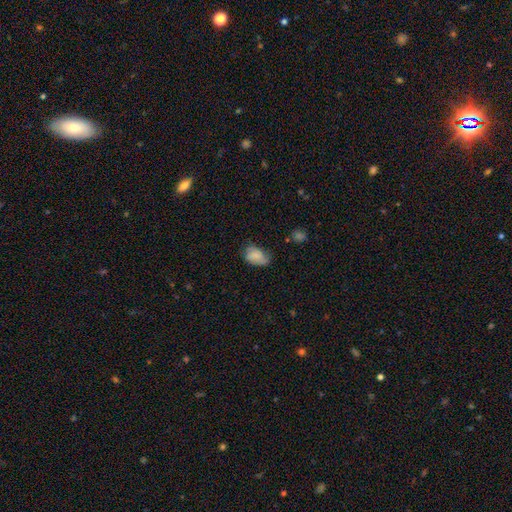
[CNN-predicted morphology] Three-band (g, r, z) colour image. It shows a smooth galaxy with no disk features (75%) that is in between round and cigar-shaped (87%). Merging: none (51%).